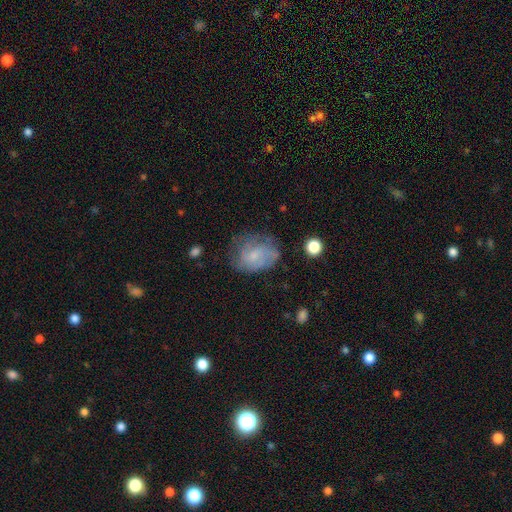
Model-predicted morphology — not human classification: Q: Smooth or featured?
A: smooth (48%); runner-up: featured or disk (43%)
Q: Merging?
A: none (57%); runner-up: minor disturbance (27%)